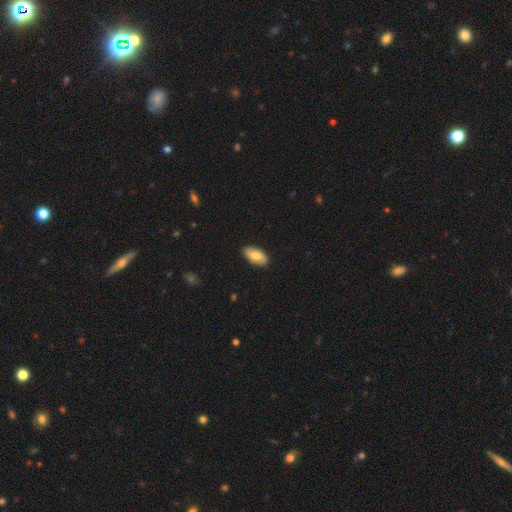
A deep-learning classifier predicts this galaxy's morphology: This is likely a smooth galaxy (79%). How rounded: clearly in between (92%). Merging: clearly none (88%).